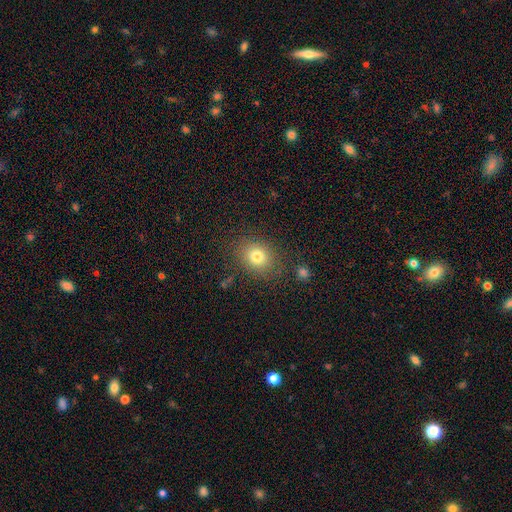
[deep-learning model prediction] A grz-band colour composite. It shows a smooth galaxy with no disk features (78%) that is round (55%). Merging: none (83%).